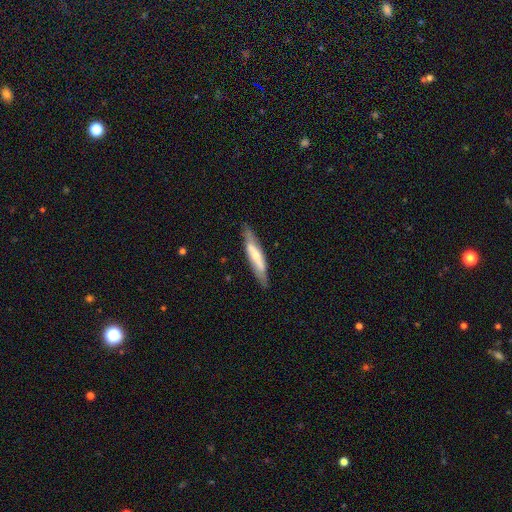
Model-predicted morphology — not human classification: Q: Smooth or featured?
A: featured or disk (51%); runner-up: smooth (43%)
Q: Edge-on disk?
A: yes (68%); runner-up: no (32%)
Q: Merging?
A: none (81%); runner-up: minor disturbance (15%)